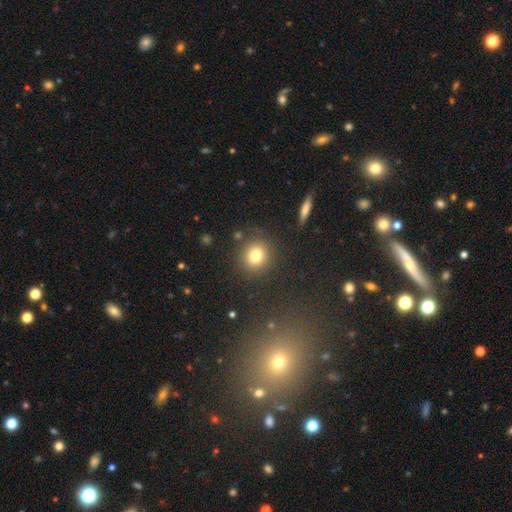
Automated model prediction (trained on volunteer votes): smooth 80%, star or artifact 12%, featured or disk 8%. Down the decision tree: how rounded — round (85%); merging — none (84%).